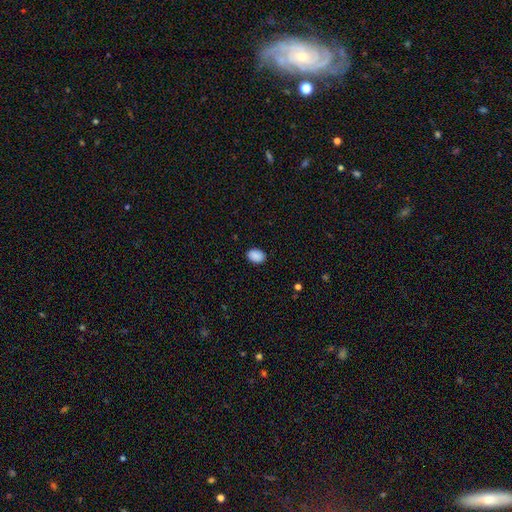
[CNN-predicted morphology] This is clearly a smooth galaxy (89%). How rounded: likely in between (80%). Merging: clearly none (87%).